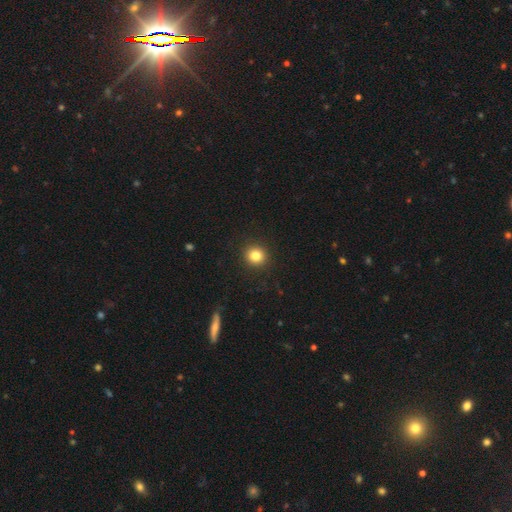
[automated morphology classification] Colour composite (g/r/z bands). It shows a smooth galaxy with no disk features (83%) that is round (90%). Merging: none (92%).